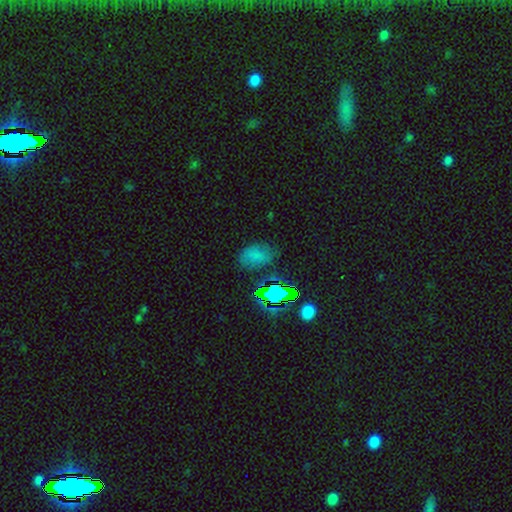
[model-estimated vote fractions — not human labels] Smooth or featured?
  - smooth: 64% *
  - star or artifact: 26%
  - featured or disk: 10%
How rounded?
  - in between: 83% *
  - round: 15%
  - cigar-shaped: 2%
Merging?
  - none: 67% *
  - minor disturbance: 22%
  - major disturbance: 8%
  - merger: 4%